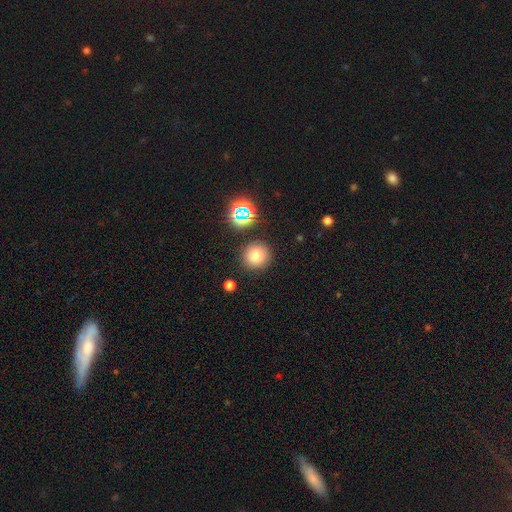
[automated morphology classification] Smooth or featured? Predicted: smooth (p=0.75). How rounded? Predicted: round (p=0.94). Merging? Predicted: none (p=0.87).